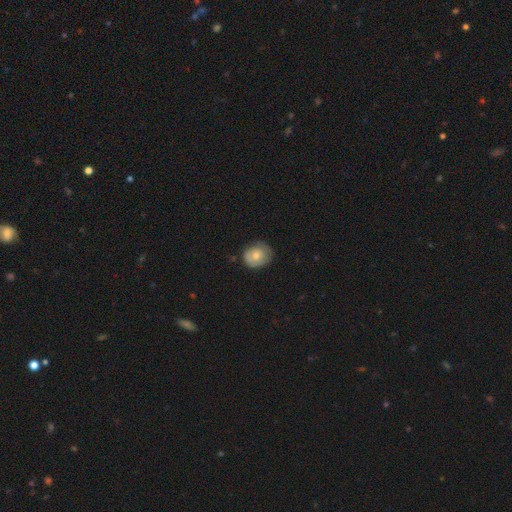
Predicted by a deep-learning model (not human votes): Morphology: type=smooth (54%); roundness=round (64%); merging=none (65%).